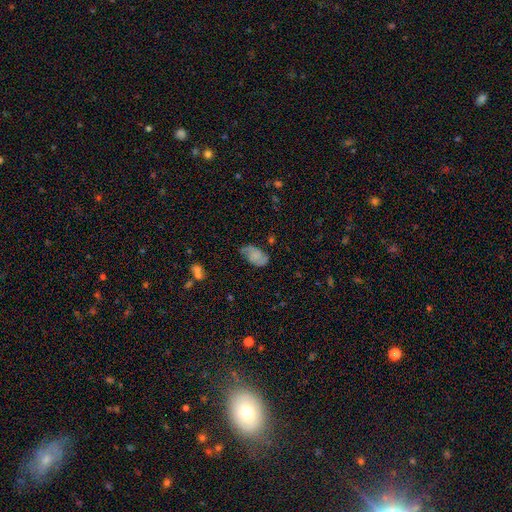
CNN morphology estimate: This is possibly a featured or disk galaxy (47%). Merging: possibly none (58%).